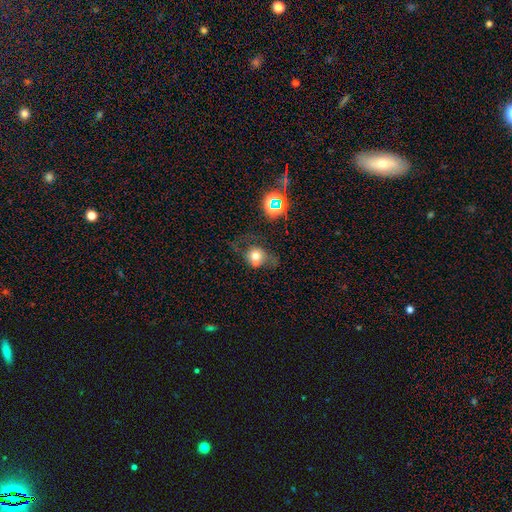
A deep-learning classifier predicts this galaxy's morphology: The model was most divided on "merging": none: 37%, merger: 21%, major disturbance: 21%, minor disturbance: 21%. More confident: how rounded — round (70%); smooth or featured — smooth (62%).